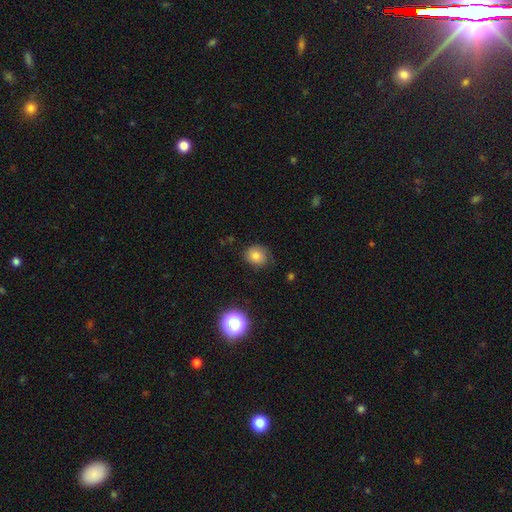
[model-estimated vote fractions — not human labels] A smooth galaxy with no disk features (79%) that is round (77%). Merging: none (80%).